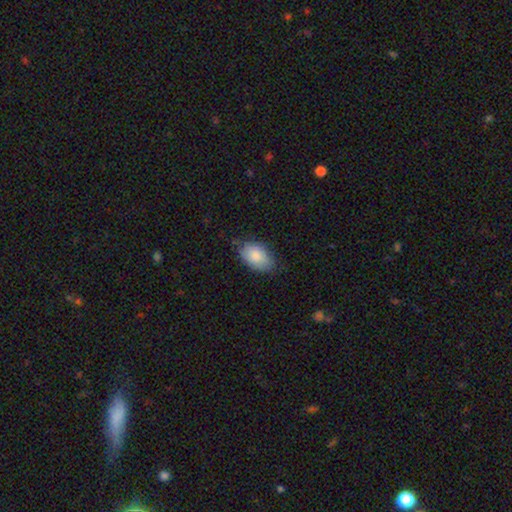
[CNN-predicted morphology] Smooth or featured?
  - smooth: 83% *
  - featured or disk: 10%
  - star or artifact: 6%
How rounded?
  - in between: 91% *
  - round: 8%
  - cigar-shaped: 1%
Merging?
  - none: 68% *
  - minor disturbance: 26%
  - major disturbance: 5%
  - merger: 1%